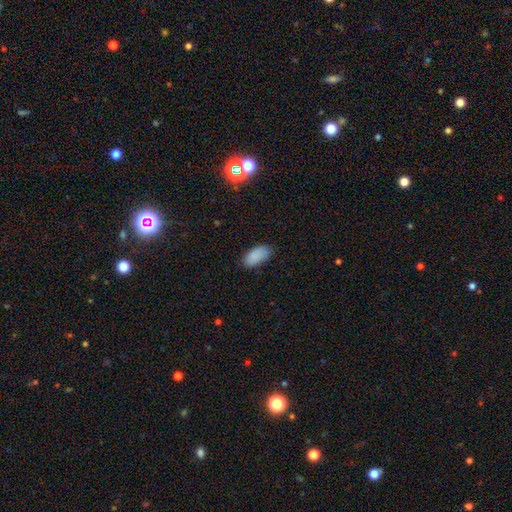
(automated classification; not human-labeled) Smooth or featured: smooth — 89% (star or artifact — 7%)
How rounded: in between — 94% (cigar-shaped — 4%)
Merging: none — 79% (minor disturbance — 17%)